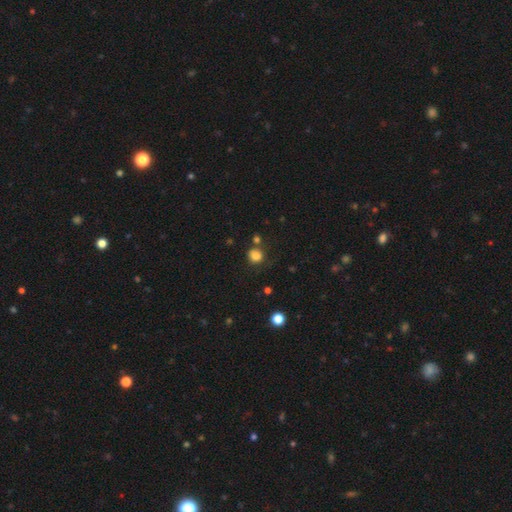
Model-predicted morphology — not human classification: A smooth galaxy with no disk features (83%) that is round (81%). Merging: none (71%).